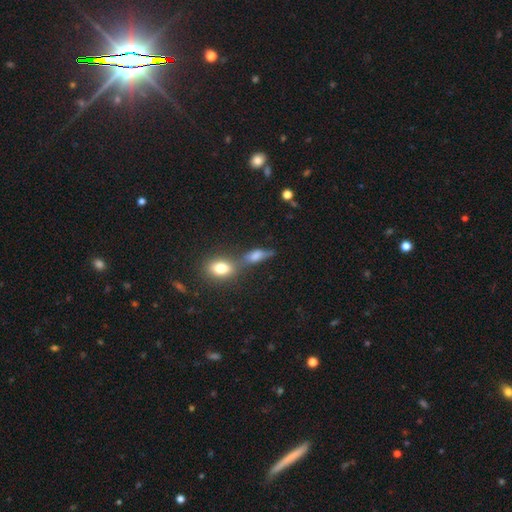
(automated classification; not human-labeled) Smooth or featured?
  - smooth: 58% *
  - featured or disk: 27%
  - star or artifact: 14%
How rounded?
  - in between: 63% *
  - cigar-shaped: 26%
  - round: 12%
Merging?
  - none: 43% *
  - merger: 31%
  - minor disturbance: 16%
  - major disturbance: 10%